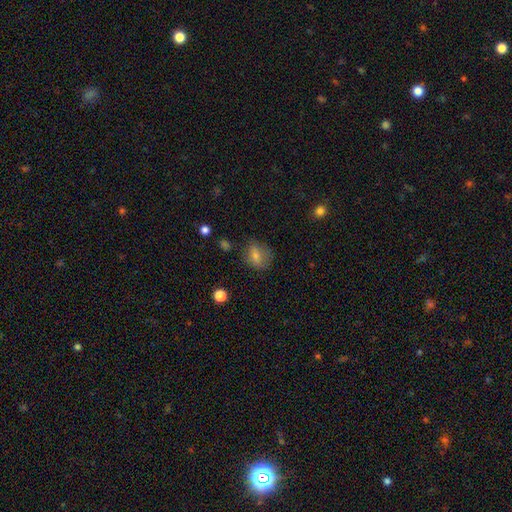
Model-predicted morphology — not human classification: This appears to be a smooth galaxy with no disk features (69%) that is round (50%). Merging: none (63%).